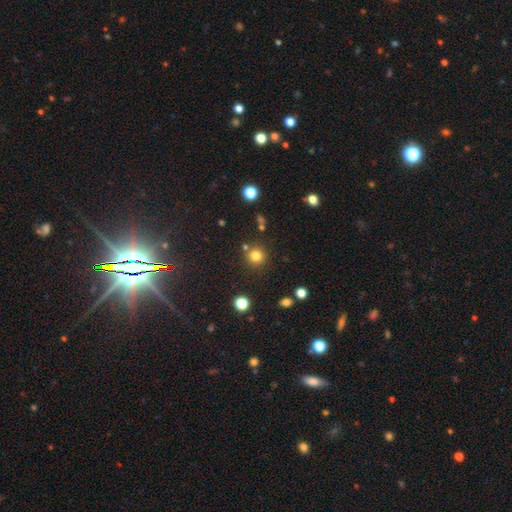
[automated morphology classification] Smooth or featured?
  - smooth: 79% *
  - star or artifact: 14%
  - featured or disk: 6%
How rounded?
  - round: 93% *
  - in between: 6%
  - cigar-shaped: 1%
Merging?
  - none: 84% *
  - minor disturbance: 7%
  - merger: 6%
  - major disturbance: 3%